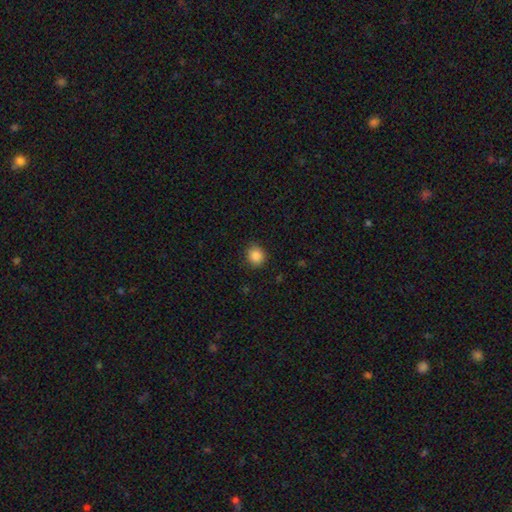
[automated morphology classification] This appears to be a smooth galaxy with no disk features (87%) that is round (86%). Merging: none (88%).